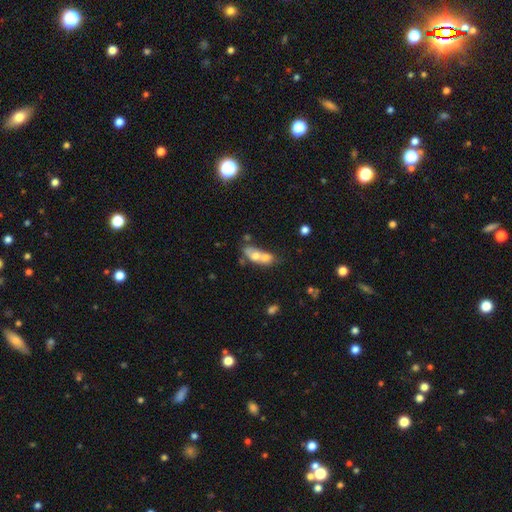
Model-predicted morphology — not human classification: A smooth galaxy with no disk features (60%) that is in between round and cigar-shaped (63%). Merging: merger (72%).